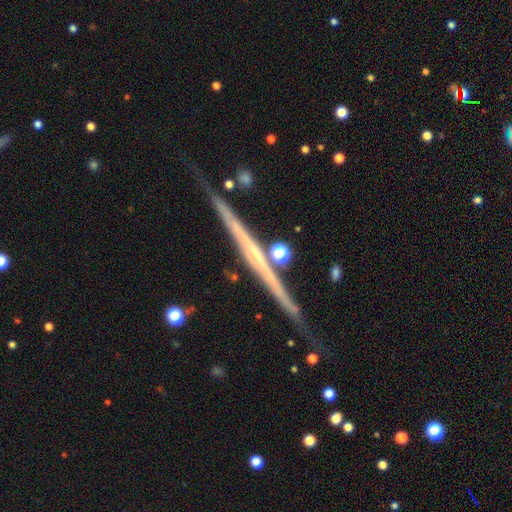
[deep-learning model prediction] smooth-or-featured: featured or disk: 78% | smooth: 15% | star or artifact: 6%
  disk-edge-on: yes: 98% | no: 2%
    edge-on-bulge: none: 69% | rounded: 24% | boxy: 7%
  merging: none: 83% | minor disturbance: 11% | merger: 4% | major disturbance: 2%